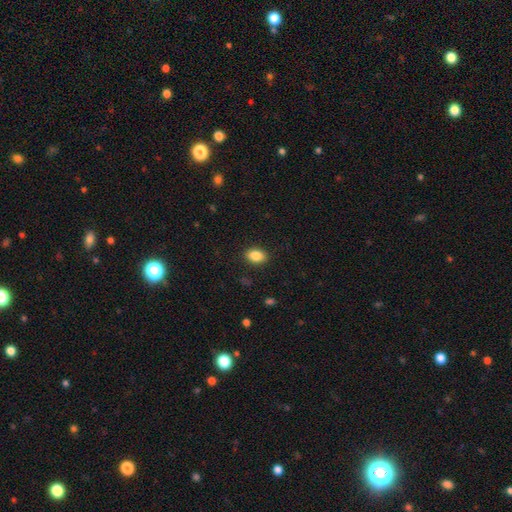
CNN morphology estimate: Smooth or featured?
  - smooth: 86% *
  - star or artifact: 8%
  - featured or disk: 5%
How rounded?
  - in between: 80% *
  - round: 18%
  - cigar-shaped: 1%
Merging?
  - none: 89% *
  - minor disturbance: 8%
  - major disturbance: 2%
  - merger: 1%